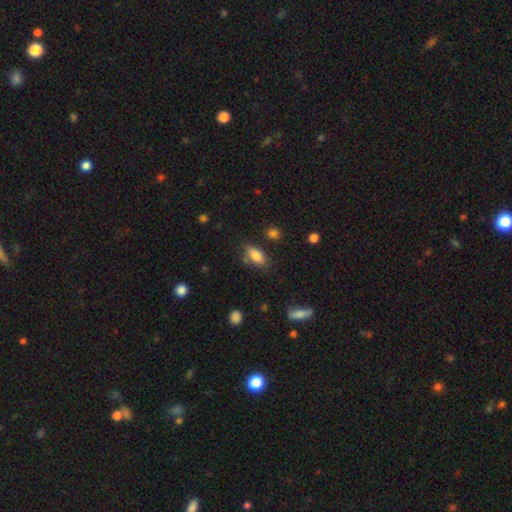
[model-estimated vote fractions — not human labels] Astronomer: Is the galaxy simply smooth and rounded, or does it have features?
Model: smooth — 82%.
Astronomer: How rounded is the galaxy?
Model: in between — 87%.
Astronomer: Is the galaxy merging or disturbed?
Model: none — 72%.